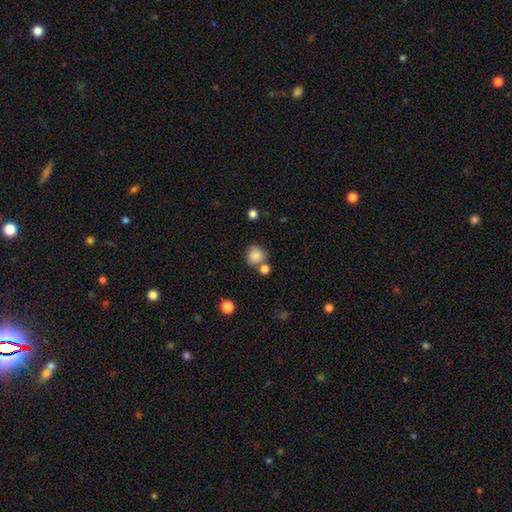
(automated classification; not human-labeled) Smooth or featured? smooth (84%)
How rounded? round (86%)
Merging? none (62%)